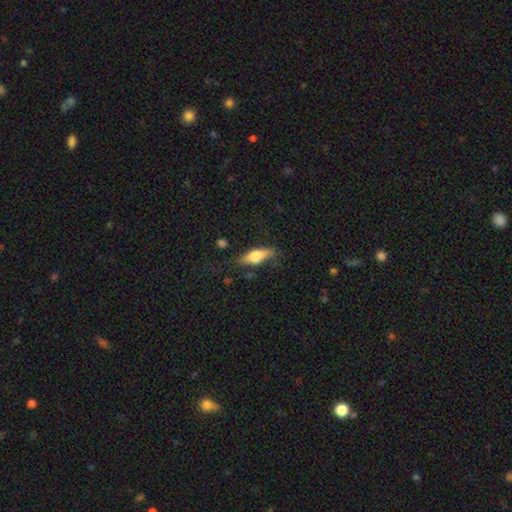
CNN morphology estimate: This appears to be a smooth galaxy with no disk features (61%) that is in between round and cigar-shaped (53%). Merging: none (70%).